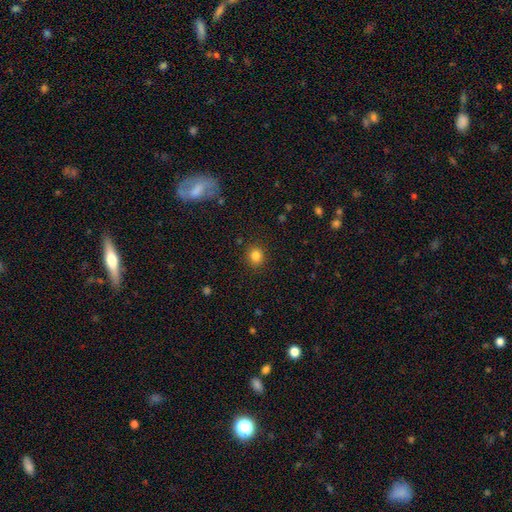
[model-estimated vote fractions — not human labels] The model was most divided on "how rounded": round: 83%, in between: 16%, cigar-shaped: 1%. More confident: merging — none (90%); smooth or featured — smooth (83%).